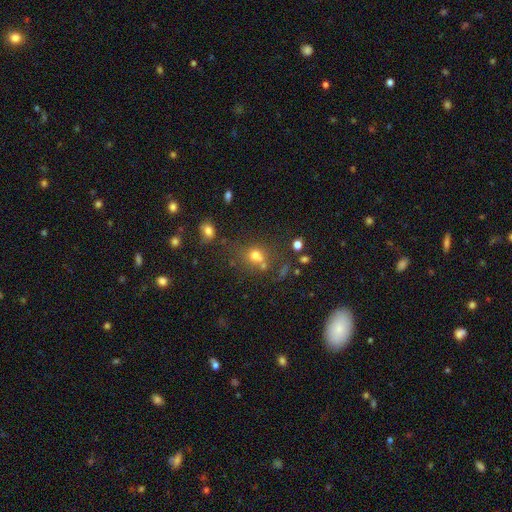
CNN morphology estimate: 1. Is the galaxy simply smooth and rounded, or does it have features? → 66% smooth, 20% star or artifact, 14% featured or disk.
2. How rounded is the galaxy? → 72% round, 27% in between, 1% cigar-shaped.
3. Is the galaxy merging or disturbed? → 50% none, 28% merger, 14% minor disturbance, 8% major disturbance.